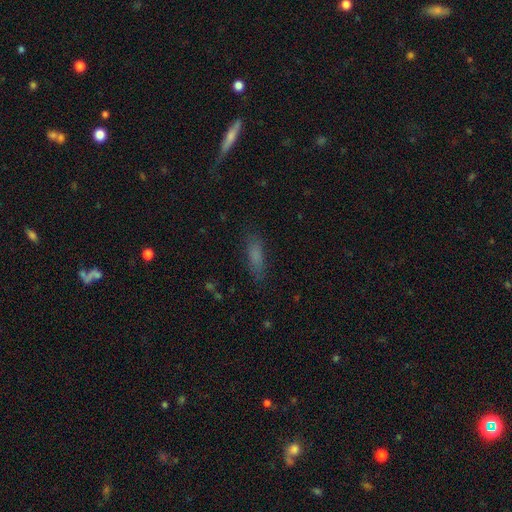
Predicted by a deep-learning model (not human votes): A smooth galaxy with no disk features (72%) that is cigar-shaped (56%). Merging: none (80%).